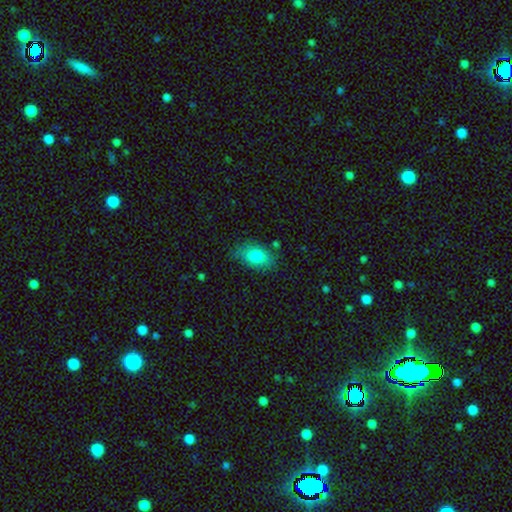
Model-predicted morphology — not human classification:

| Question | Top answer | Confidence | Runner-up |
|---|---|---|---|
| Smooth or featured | smooth | 81% | featured or disk (11%) |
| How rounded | in between | 87% | round (11%) |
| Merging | none | 70% | minor disturbance (22%) |